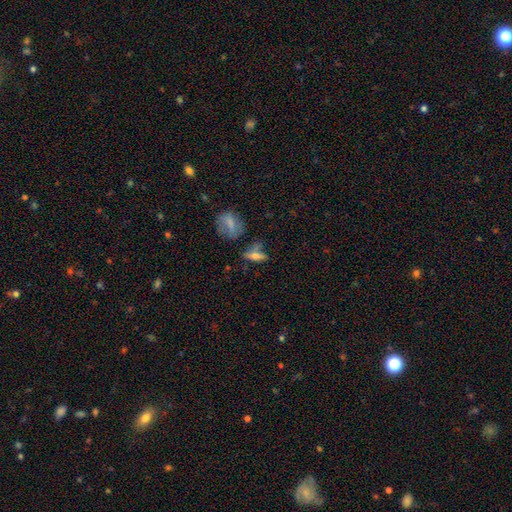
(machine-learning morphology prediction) smooth 55%, featured or disk 33%, star or artifact 12%. Down the decision tree: how rounded — in between (48%); merging — none (54%).